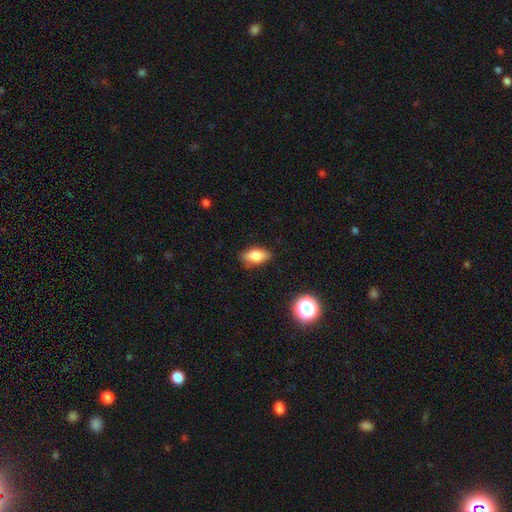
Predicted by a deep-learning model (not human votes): Smooth or featured: smooth — 76% (featured or disk — 15%)
How rounded: in between — 85% (cigar-shaped — 11%)
Merging: none — 82% (minor disturbance — 14%)